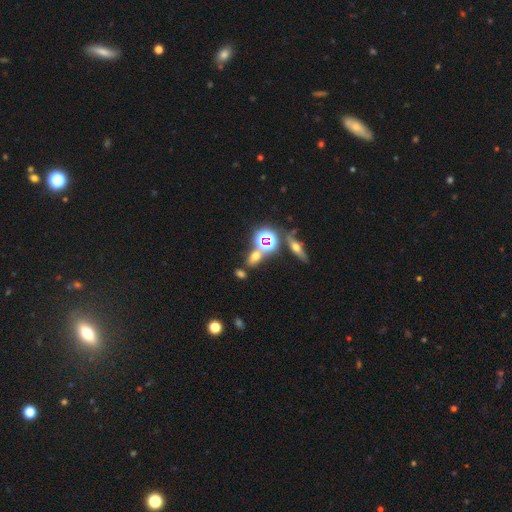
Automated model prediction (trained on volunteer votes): Smooth or featured? Predicted: smooth (p=0.51). How rounded? Predicted: in between (p=0.62). Merging? Predicted: none (p=0.68).